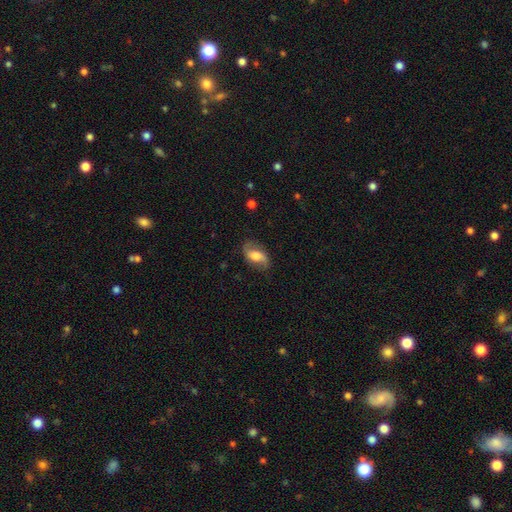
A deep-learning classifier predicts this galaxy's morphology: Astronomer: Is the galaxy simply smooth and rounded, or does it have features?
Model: featured or disk — 60%.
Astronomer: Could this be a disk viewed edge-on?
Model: no — 95%.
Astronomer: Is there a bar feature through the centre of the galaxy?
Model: no — 43% (runner-up: weak, 41%).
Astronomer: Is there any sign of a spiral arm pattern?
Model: yes — 89%.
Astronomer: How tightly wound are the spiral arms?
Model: loose — 57%.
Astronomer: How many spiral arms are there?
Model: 2 — 87%.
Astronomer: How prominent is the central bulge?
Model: moderate — 42% (runner-up: large, 29%).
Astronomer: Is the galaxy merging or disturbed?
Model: none — 72%.